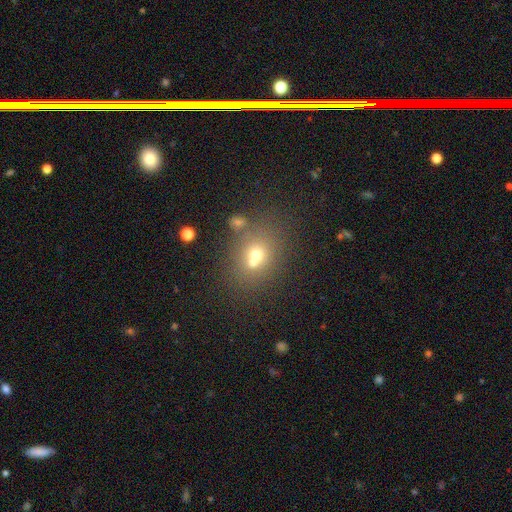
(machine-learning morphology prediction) This appears to be a smooth galaxy with no disk features (62%) that is round (63%). Merging: none (45%).